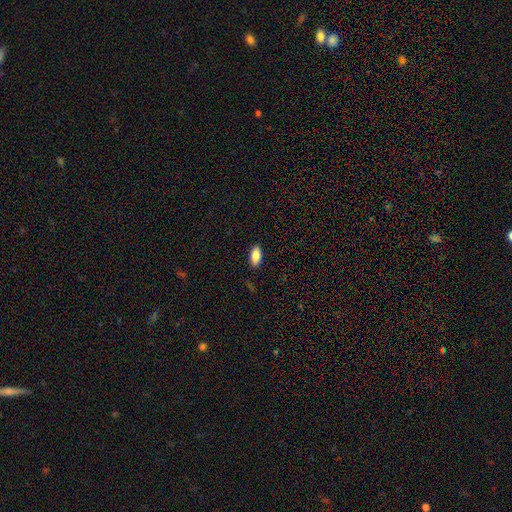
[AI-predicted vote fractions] Smooth or featured: smooth — 86% (star or artifact — 7%)
How rounded: in between — 89% (cigar-shaped — 8%)
Merging: none — 89% (minor disturbance — 8%)